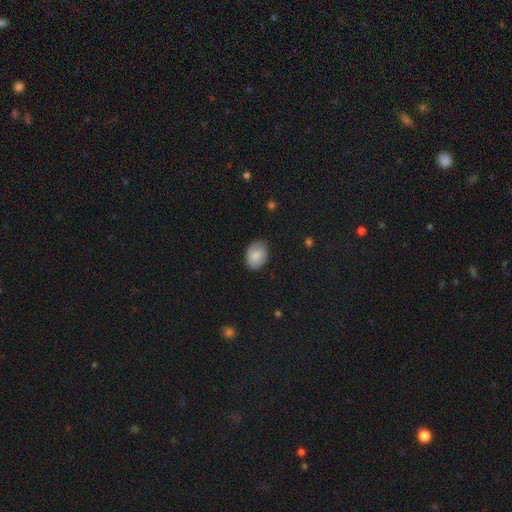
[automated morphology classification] This is clearly a smooth galaxy (84%). How rounded: likely in between (73%). Merging: likely none (80%).